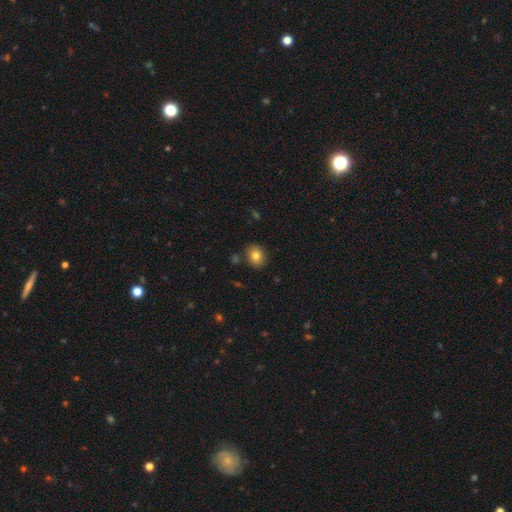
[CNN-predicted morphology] Smooth or featured? Predicted: smooth (p=0.81). How rounded? Predicted: round (p=0.55). Merging? Predicted: none (p=0.85).